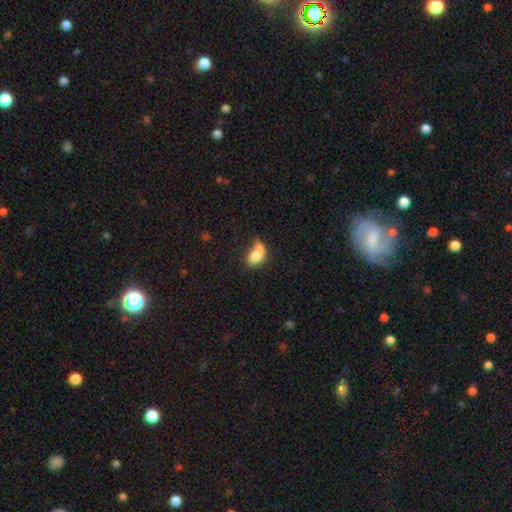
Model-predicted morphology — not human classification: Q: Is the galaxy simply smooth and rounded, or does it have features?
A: smooth — 74%.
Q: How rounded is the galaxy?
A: in between — 77%.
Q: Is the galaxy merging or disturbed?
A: merger — 28%, tied with none.